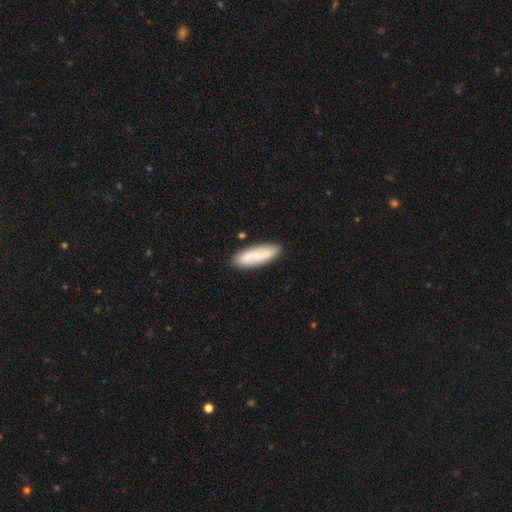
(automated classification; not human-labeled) smooth-or-featured: smooth: 67% | featured or disk: 27% | star or artifact: 6%
  how-rounded: in between: 58% | cigar-shaped: 40% | round: 2%
  merging: none: 82% | minor disturbance: 12% | merger: 3% | major disturbance: 2%